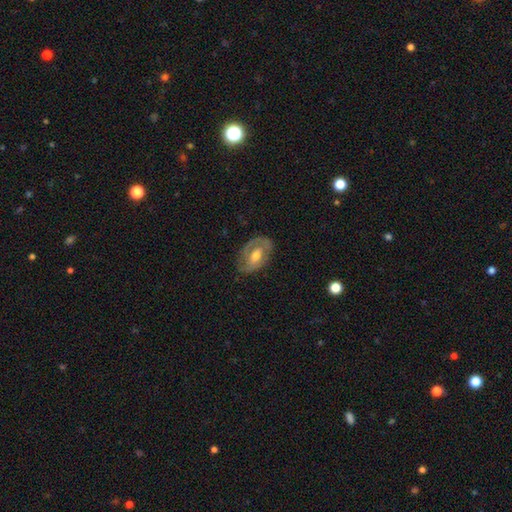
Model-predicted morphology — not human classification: This is likely a featured or disk galaxy (70%). It is clearly not viewed edge-on (94%). Bar: marginally no (43%). Spiral arm pattern: likely yes (74%). Central bulge: likely moderate (68%). Merging: likely none (72%).